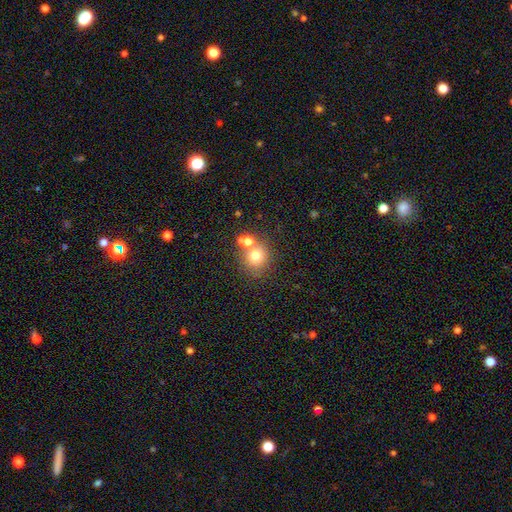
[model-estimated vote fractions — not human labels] Overall: smooth (73%). How rounded: round (83%). Merging: none (58%; merger 30%).